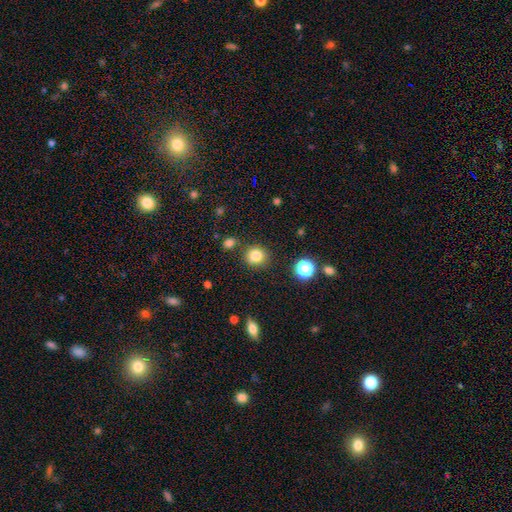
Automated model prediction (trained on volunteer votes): A smooth galaxy with no disk features (82%) that is round (85%).

Vote fractions:
- Smooth or featured? smooth: 82% / star or artifact: 12% / featured or disk: 5%
- How rounded? round: 85% / in between: 14% / cigar-shaped: 1%
- Merging? none: 84% / minor disturbance: 9% / merger: 4% / major disturbance: 3%